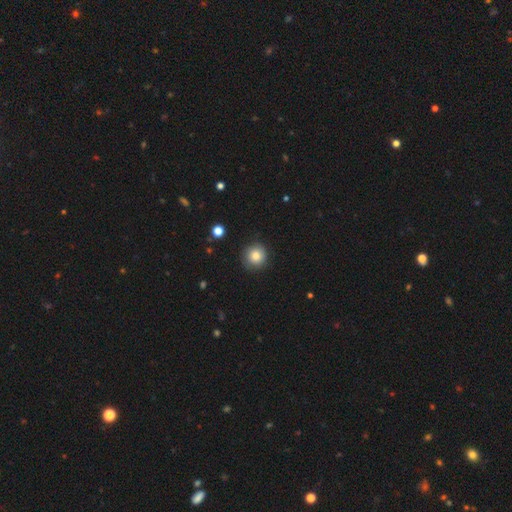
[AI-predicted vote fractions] A smooth galaxy with no disk features (81%) that is round (94%).

Vote fractions:
- Smooth or featured? smooth: 81% / star or artifact: 10% / featured or disk: 8%
- How rounded? round: 94% / in between: 5% / cigar-shaped: 1%
- Merging? none: 89% / minor disturbance: 8% / major disturbance: 2% / merger: 1%